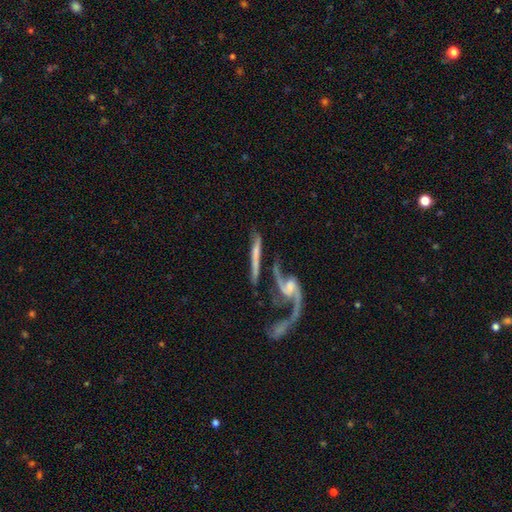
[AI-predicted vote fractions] Morphology: type=featured or disk (67%); edge-on=no (62%); merging=merger (35%).